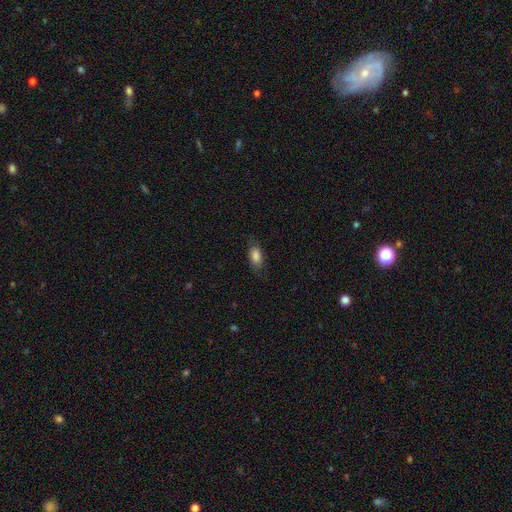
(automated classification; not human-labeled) Smooth or featured? Predicted: smooth (p=0.81). How rounded? Predicted: in between (p=0.88). Merging? Predicted: none (p=0.73).